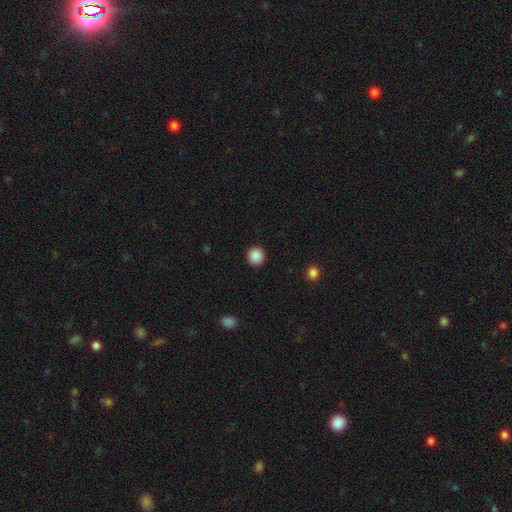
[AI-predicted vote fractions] Morphology: type=smooth (89%); roundness=round (94%); merging=none (93%).